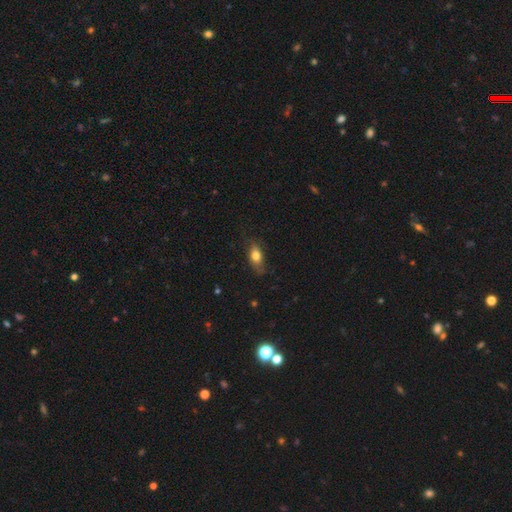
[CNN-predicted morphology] Q: Smooth or featured?
A: smooth (75%); runner-up: featured or disk (17%)
Q: How rounded?
A: in between (80%); runner-up: cigar-shaped (11%)
Q: Merging?
A: none (72%); runner-up: minor disturbance (21%)